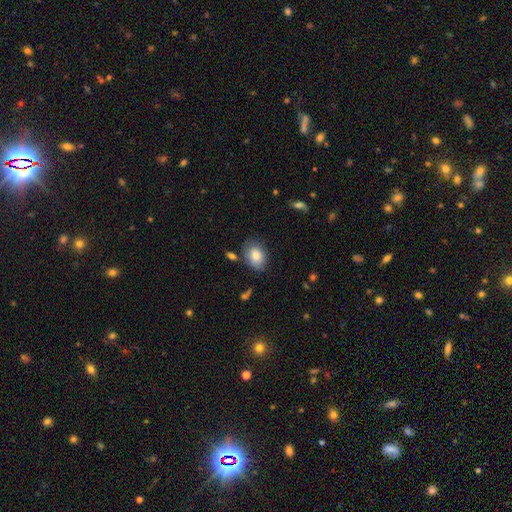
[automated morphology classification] Smooth or featured? smooth (83%)
How rounded? in between (73%)
Merging? none (74%)